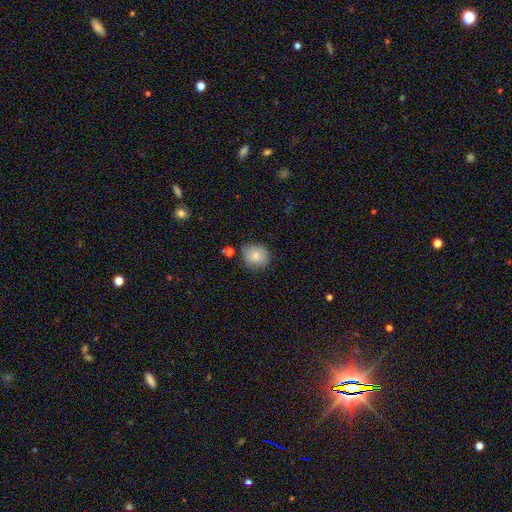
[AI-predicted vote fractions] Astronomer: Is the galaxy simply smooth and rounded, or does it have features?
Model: smooth — 79%.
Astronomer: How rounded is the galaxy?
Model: round — 72%.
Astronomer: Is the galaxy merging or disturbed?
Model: none — 72%.